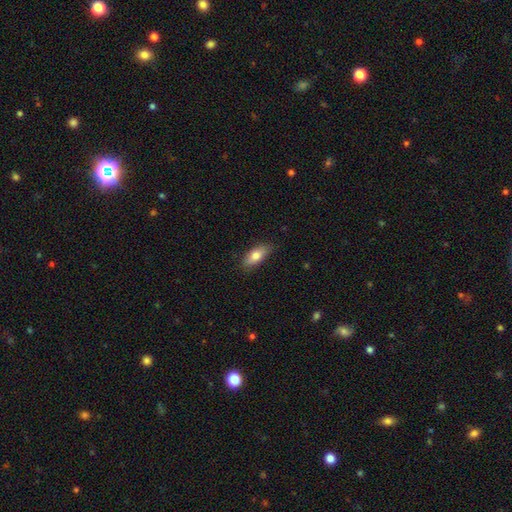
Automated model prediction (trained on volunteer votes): This appears to be a smooth galaxy with no disk features (77%) that is in between round and cigar-shaped (80%). Merging: none (83%).